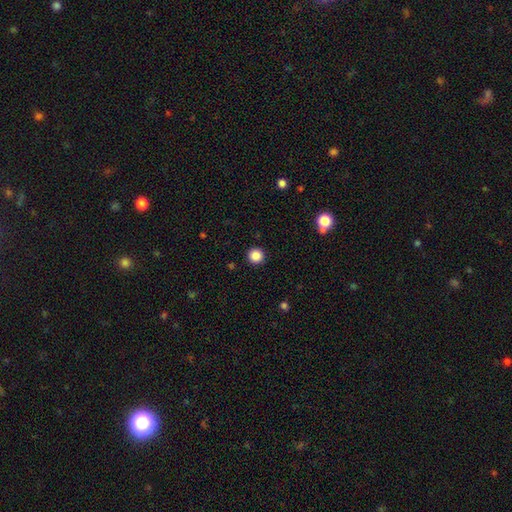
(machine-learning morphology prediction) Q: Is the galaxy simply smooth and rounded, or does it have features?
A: smooth — 87%.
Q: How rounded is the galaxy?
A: round — 96%.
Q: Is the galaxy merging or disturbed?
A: none — 93%.